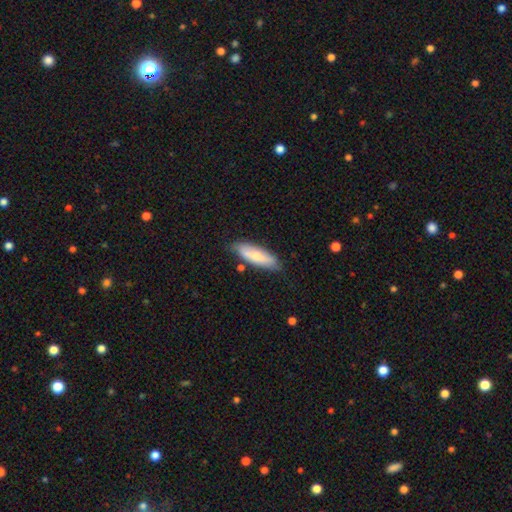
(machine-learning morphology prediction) smooth 69%, featured or disk 25%, star or artifact 6%. Down the decision tree: how rounded — in between (52%); merging — none (76%).